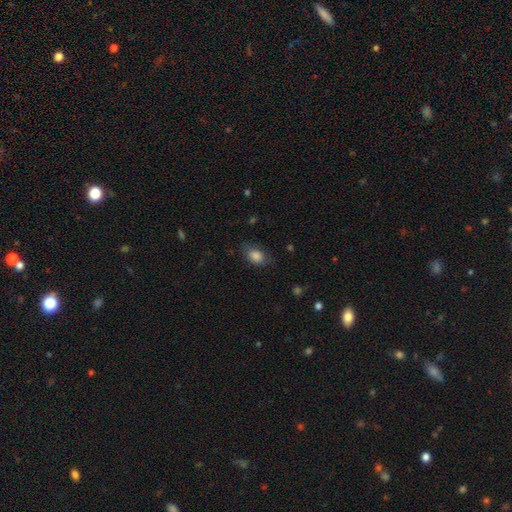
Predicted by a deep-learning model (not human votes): Morphology: type=smooth (85%); roundness=in between (78%); merging=none (72%).